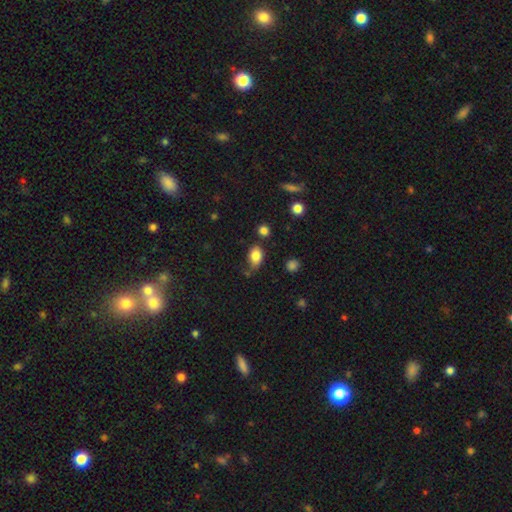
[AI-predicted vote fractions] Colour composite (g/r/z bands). It shows a smooth galaxy with no disk features (84%) that is in between round and cigar-shaped (81%). Merging: none (60%).